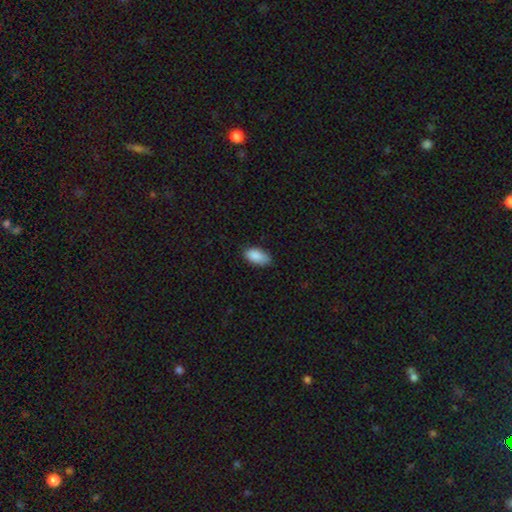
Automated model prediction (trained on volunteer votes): smooth 89%, star or artifact 7%, featured or disk 4%. Down the decision tree: how rounded — in between (94%); merging — none (75%).